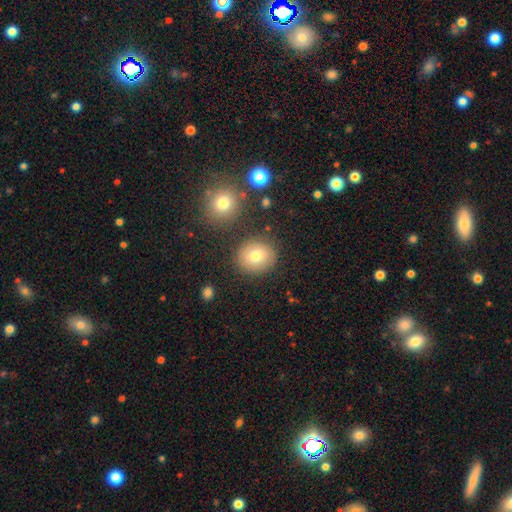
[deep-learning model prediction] Overall: smooth (77%). How rounded: round (79%). Merging: none (84%).